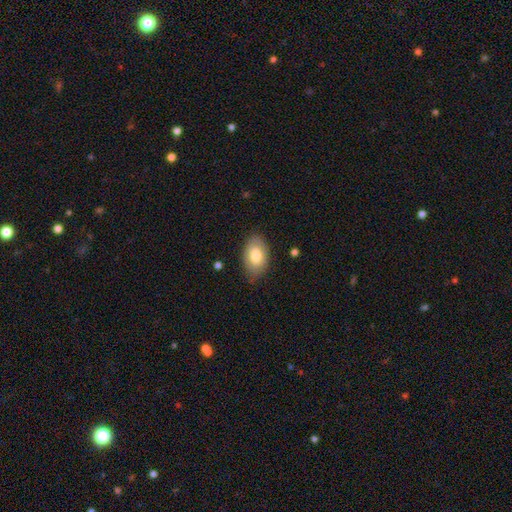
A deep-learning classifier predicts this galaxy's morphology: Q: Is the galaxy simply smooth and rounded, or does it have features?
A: smooth — 78%.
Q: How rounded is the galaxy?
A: in between — 92%.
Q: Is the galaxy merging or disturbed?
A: none — 79%.